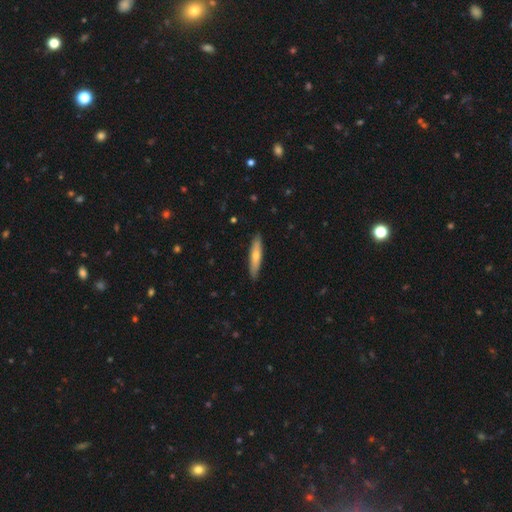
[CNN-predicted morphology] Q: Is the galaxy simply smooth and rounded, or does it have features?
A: smooth — 64%.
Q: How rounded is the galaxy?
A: cigar-shaped — 83%.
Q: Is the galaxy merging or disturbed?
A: none — 89%.